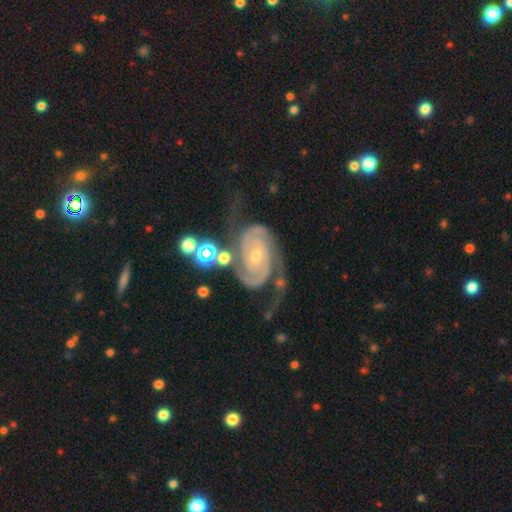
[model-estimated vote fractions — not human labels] Overall: featured or disk (92%). Edge-on disk: no (97%). Bar: no (63%; weak 25%). Spiral arms: yes (99%). Spiral arm count: 2 (88%). Spiral winding: tight (70%). Bulge size: small (62%; moderate 34%). Merging: none (63%).